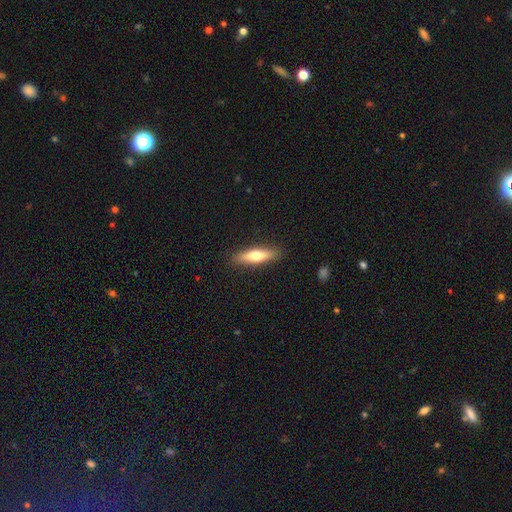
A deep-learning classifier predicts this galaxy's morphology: type=smooth (58%); roundness=cigar-shaped (72%); merging=none (89%).